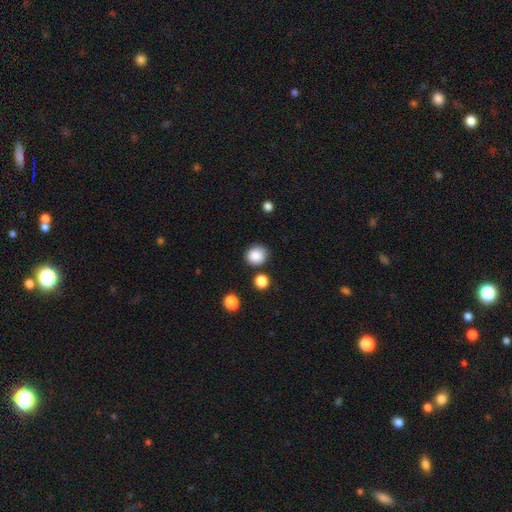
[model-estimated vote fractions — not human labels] smooth 86%, star or artifact 10%, featured or disk 4%. Down the decision tree: how rounded — round (82%); merging — none (79%).